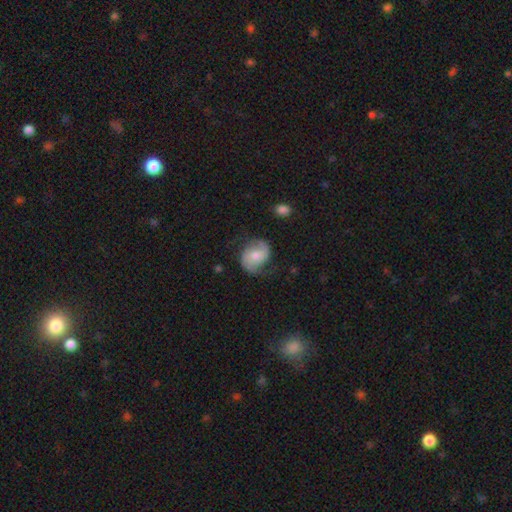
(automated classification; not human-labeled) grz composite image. It shows a featured or disk galaxy (69%) with no bar (51%), 2 (89%) medium (45%) spiral arms (93%) and a moderate central bulge (51%). Merging: none (69%).